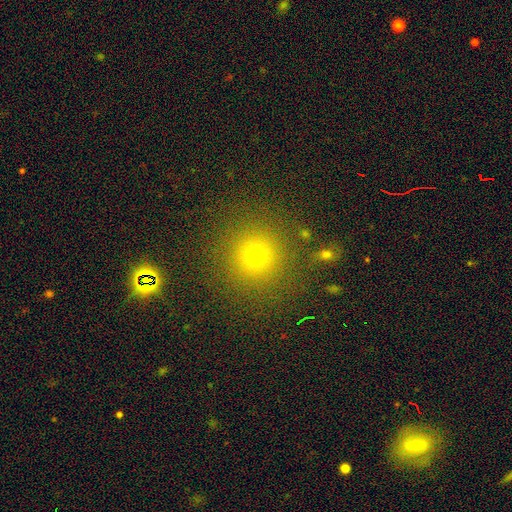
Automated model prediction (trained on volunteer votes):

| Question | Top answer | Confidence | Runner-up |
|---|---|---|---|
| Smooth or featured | smooth | 70% | star or artifact (21%) |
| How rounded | round | 94% | in between (5%) |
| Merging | none | 86% | minor disturbance (7%) |